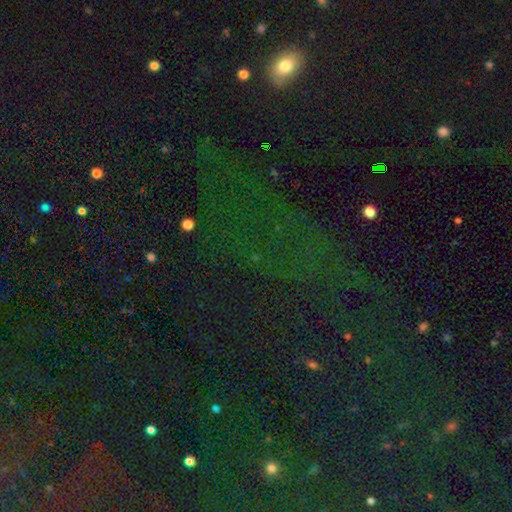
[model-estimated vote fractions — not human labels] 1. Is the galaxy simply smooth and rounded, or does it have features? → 69% star or artifact, 21% smooth, 10% featured or disk.